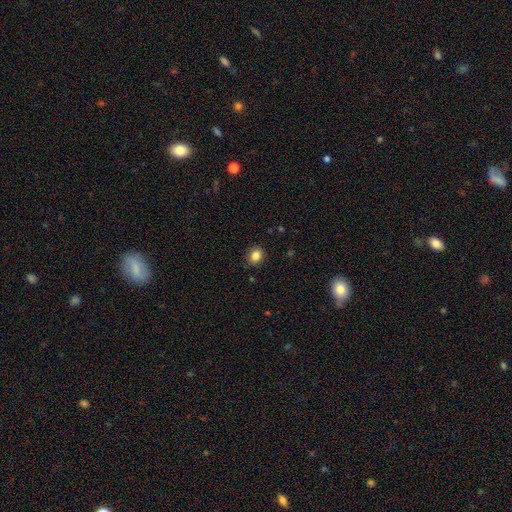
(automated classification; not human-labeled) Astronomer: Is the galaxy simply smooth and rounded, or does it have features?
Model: smooth — 84%.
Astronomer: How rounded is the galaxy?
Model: round — 65%.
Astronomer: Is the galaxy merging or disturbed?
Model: none — 87%.